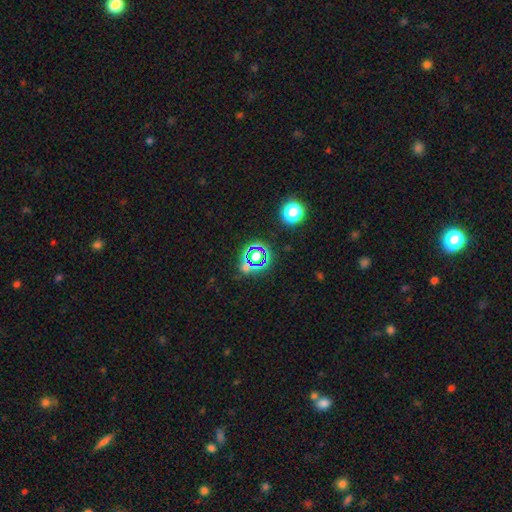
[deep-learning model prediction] A star or artifact, not a galaxy (61%).